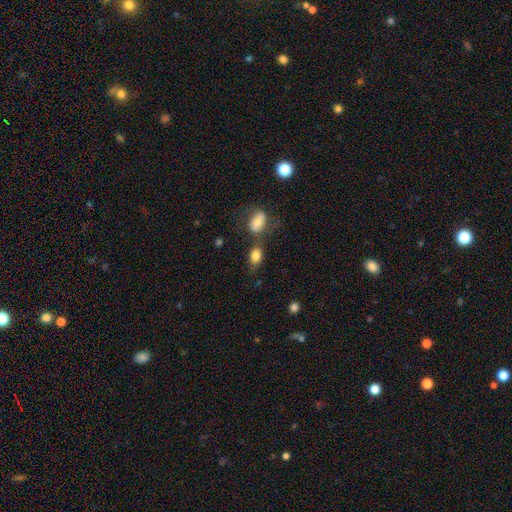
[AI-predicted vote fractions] Smooth or featured? Predicted: smooth (p=0.82). How rounded? Predicted: in between (p=0.83). Merging? Predicted: none (p=0.52).